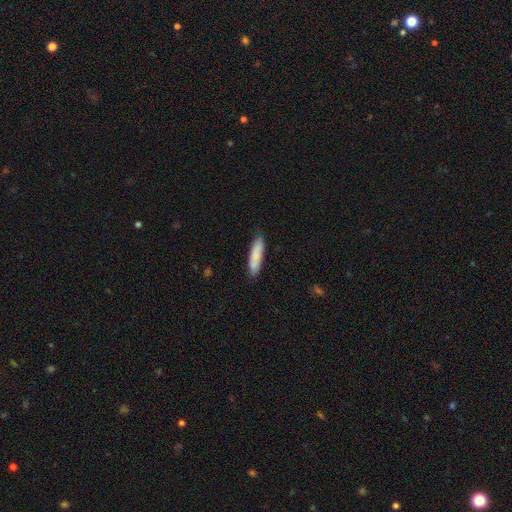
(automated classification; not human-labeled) smooth-or-featured: smooth: 82% | featured or disk: 12% | star or artifact: 6%
  how-rounded: cigar-shaped: 72% | in between: 26% | round: 1%
  merging: none: 82% | minor disturbance: 14% | major disturbance: 2% | merger: 1%